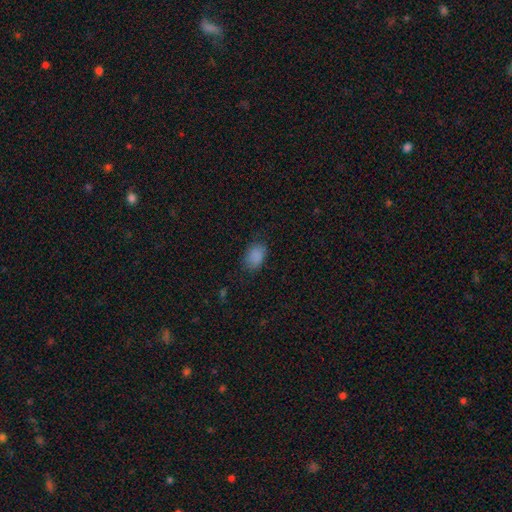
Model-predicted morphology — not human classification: Smooth or featured?
  - smooth: 85% *
  - star or artifact: 10%
  - featured or disk: 5%
How rounded?
  - in between: 83% *
  - round: 16%
  - cigar-shaped: 1%
Merging?
  - none: 74% *
  - minor disturbance: 19%
  - major disturbance: 6%
  - merger: 1%